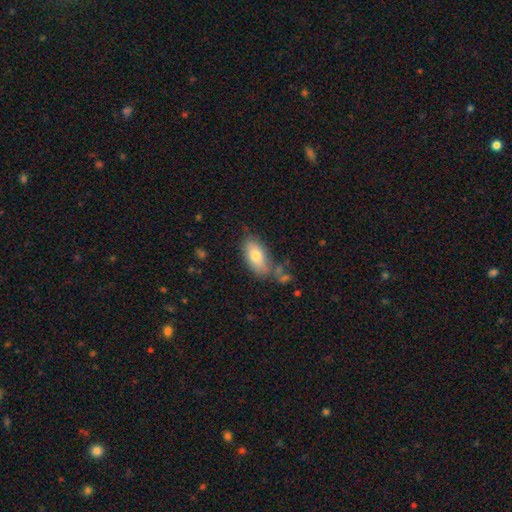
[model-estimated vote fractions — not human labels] This is likely a smooth galaxy (77%). How rounded: clearly in between (91%). Merging: likely none (68%).